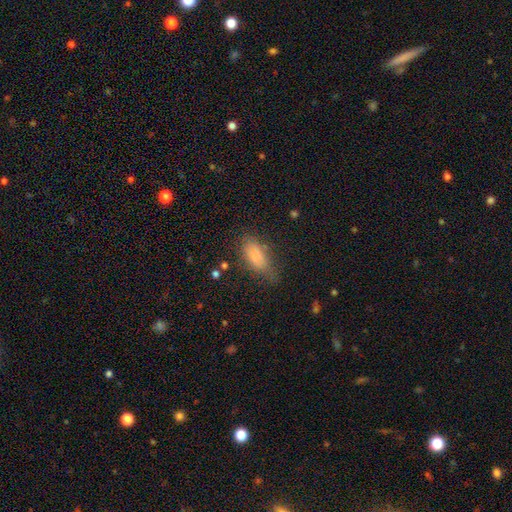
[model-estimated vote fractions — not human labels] smooth_or_featured: smooth (p=0.81) [alt: featured or disk p=0.10]
how_rounded: in between (p=0.82) [alt: cigar-shaped p=0.15]
merging: none (p=0.55) [alt: minor disturbance p=0.30]